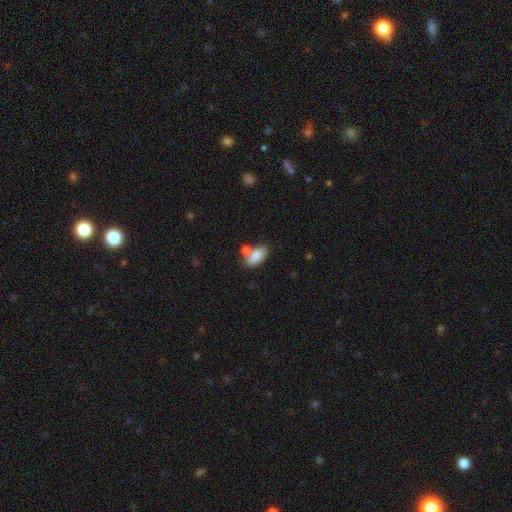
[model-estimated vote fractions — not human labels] A smooth galaxy with no disk features (84%) that is in between round and cigar-shaped (91%). Merging: none (57%).